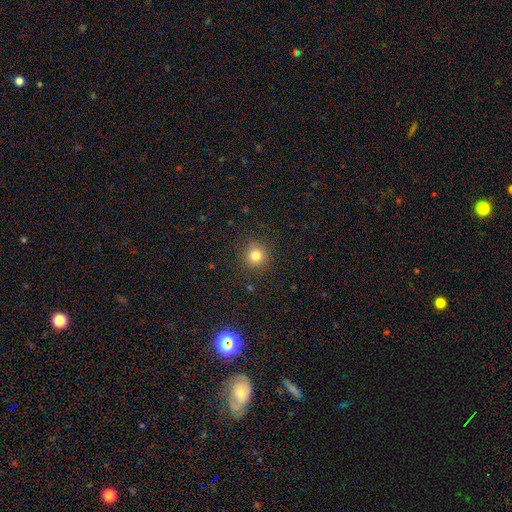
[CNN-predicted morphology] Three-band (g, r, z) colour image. It shows a smooth galaxy with no disk features (80%) that is round (93%). Merging: none (89%).